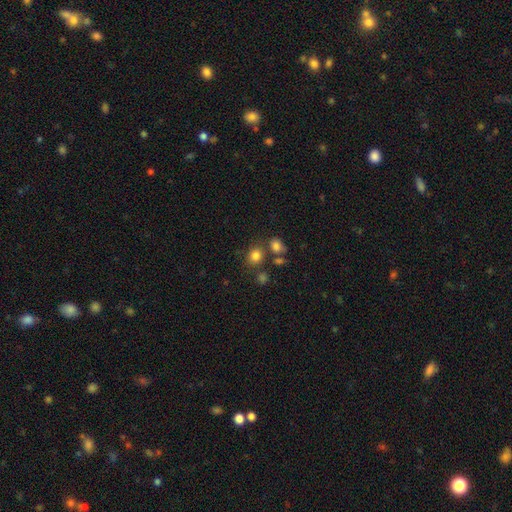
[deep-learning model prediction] Morphology: type=smooth (80%); roundness=round (70%); merging=none (69%).